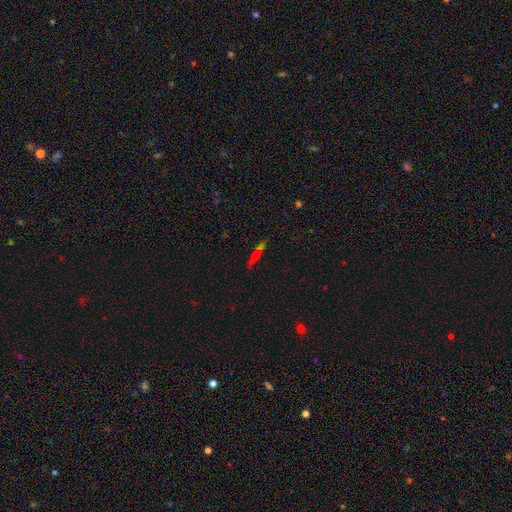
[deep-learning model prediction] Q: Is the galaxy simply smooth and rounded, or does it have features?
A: smooth — 47%.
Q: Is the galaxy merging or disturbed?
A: none — 68%.